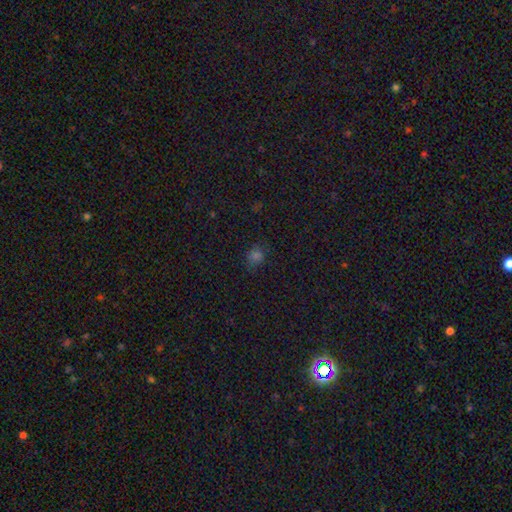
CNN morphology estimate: Smooth or featured?
  - smooth: 67% *
  - star or artifact: 27%
  - featured or disk: 6%
How rounded?
  - round: 67% *
  - in between: 32%
  - cigar-shaped: 1%
Merging?
  - none: 79% *
  - minor disturbance: 16%
  - major disturbance: 4%
  - merger: 2%